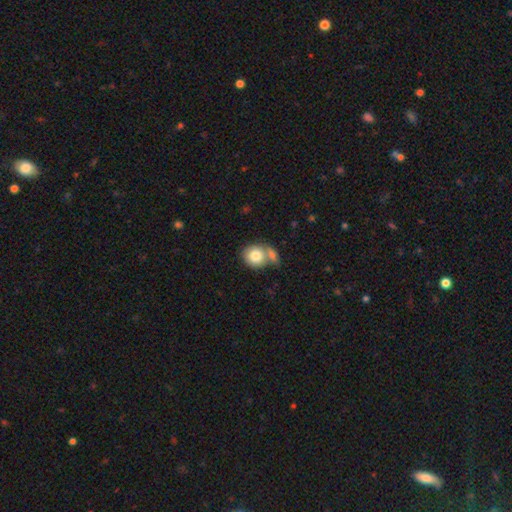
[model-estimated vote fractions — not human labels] Smooth or featured? Predicted: smooth (p=0.81). How rounded? Predicted: round (p=0.75). Merging? Predicted: none (p=0.42).